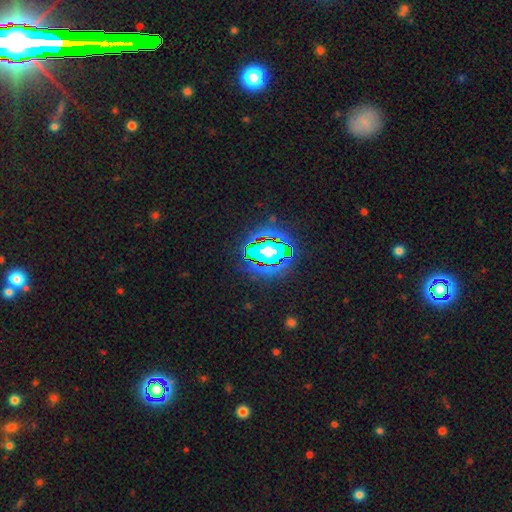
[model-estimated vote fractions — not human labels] Morphology: type=star or artifact (80%).